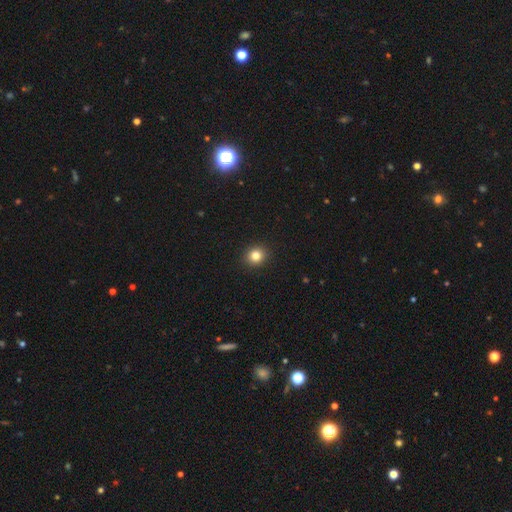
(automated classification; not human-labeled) This is clearly a smooth galaxy (83%). How rounded: clearly round (82%). Merging: clearly none (92%).